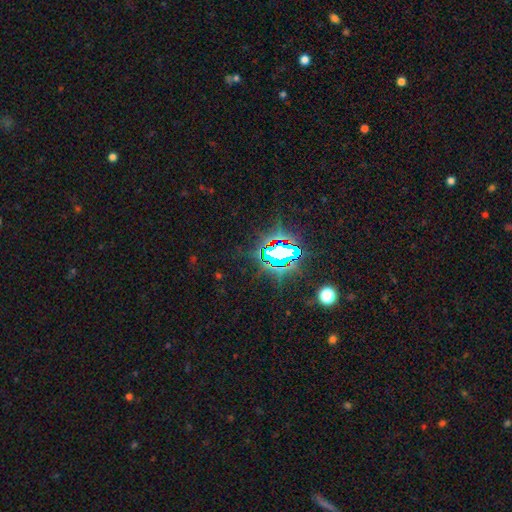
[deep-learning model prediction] The model was most divided on "smooth or featured": star or artifact: 79%, smooth: 12%, featured or disk: 9%.